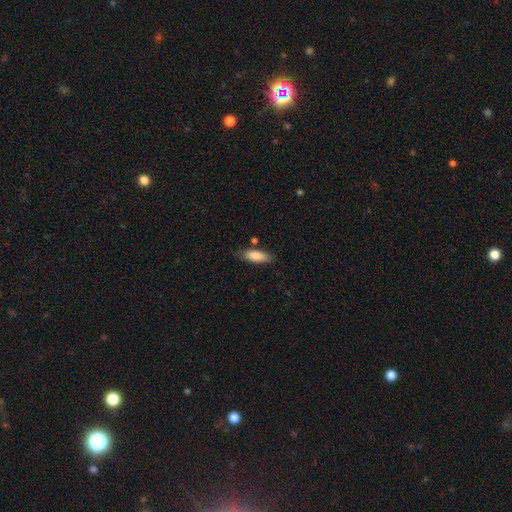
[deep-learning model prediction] Smooth or featured: smooth — 85% (featured or disk — 9%)
How rounded: in between — 67% (cigar-shaped — 32%)
Merging: none — 76% (minor disturbance — 16%)